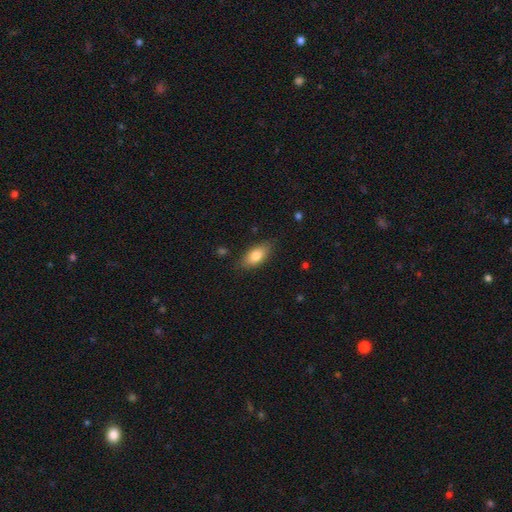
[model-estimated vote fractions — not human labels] Smooth or featured? Predicted: smooth (p=0.80). How rounded? Predicted: in between (p=0.86). Merging? Predicted: none (p=0.82).